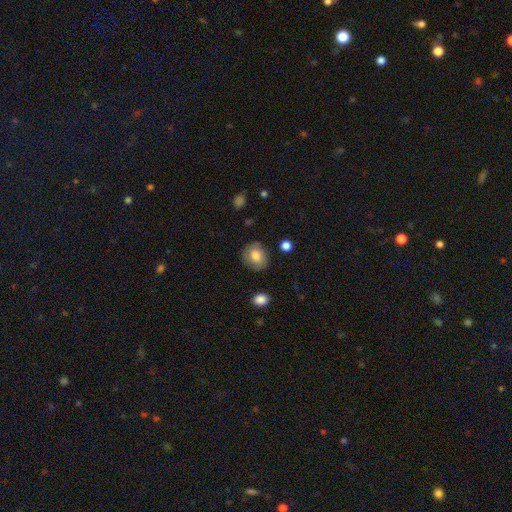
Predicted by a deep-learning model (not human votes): Smooth or featured?
  - smooth: 77% *
  - featured or disk: 15%
  - star or artifact: 8%
How rounded?
  - round: 66% *
  - in between: 33%
  - cigar-shaped: 1%
Merging?
  - none: 82% *
  - minor disturbance: 13%
  - major disturbance: 4%
  - merger: 1%